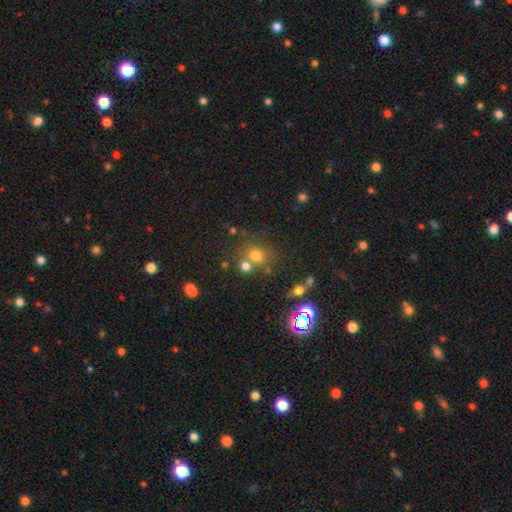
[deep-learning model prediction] A smooth galaxy with no disk features (69%) that is round (75%).

Vote fractions:
- Smooth or featured? smooth: 69% / star or artifact: 20% / featured or disk: 11%
- How rounded? round: 75% / in between: 24% / cigar-shaped: 1%
- Merging? none: 59% / merger: 24% / minor disturbance: 11% / major disturbance: 5%